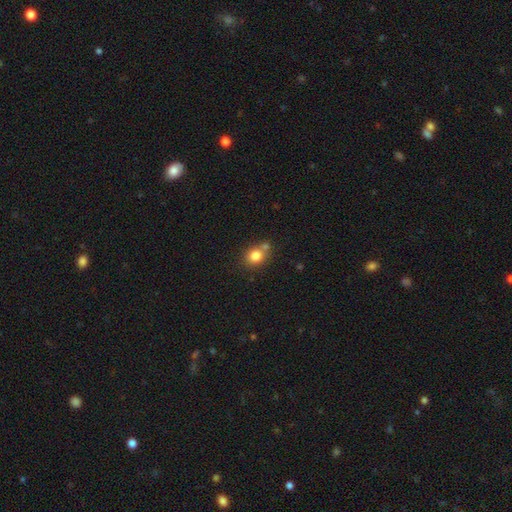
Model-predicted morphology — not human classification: This is clearly a smooth galaxy (81%). How rounded: likely round (66%). Merging: possibly none (57%).